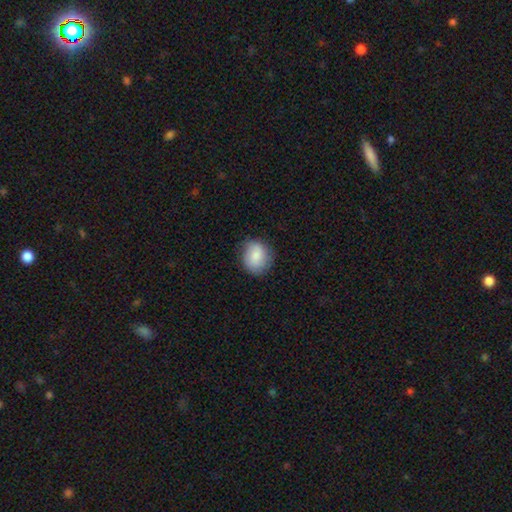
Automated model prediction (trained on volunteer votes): Morphology: type=smooth (84%); roundness=round (68%); merging=none (80%).